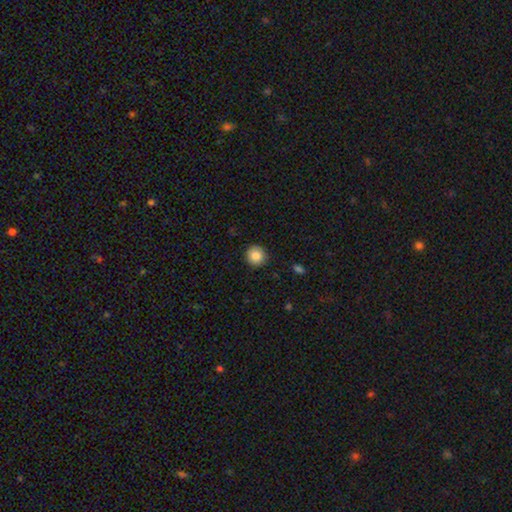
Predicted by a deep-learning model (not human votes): Smooth or featured? smooth (85%)
How rounded? round (92%)
Merging? none (91%)